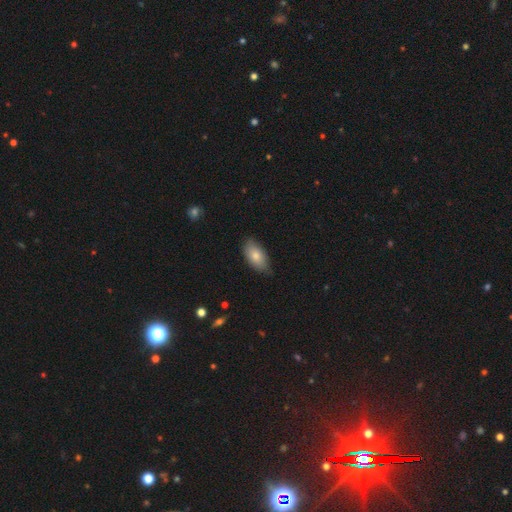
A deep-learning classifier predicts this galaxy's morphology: Smooth or featured? Predicted: smooth (p=0.80). How rounded? Predicted: in between (p=0.93). Merging? Predicted: none (p=0.73).